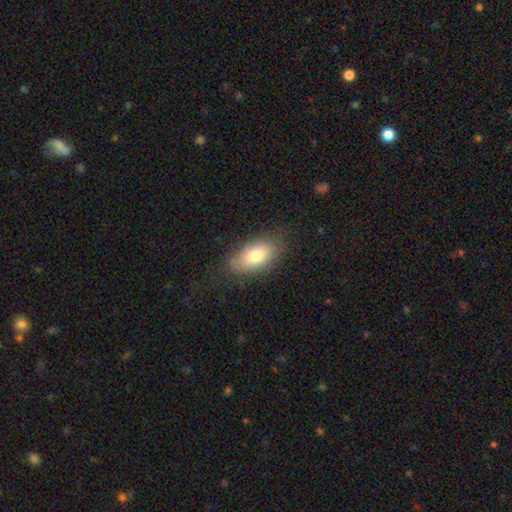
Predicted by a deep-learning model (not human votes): Smooth or featured? smooth (77%)
How rounded? in between (91%)
Merging? none (77%)